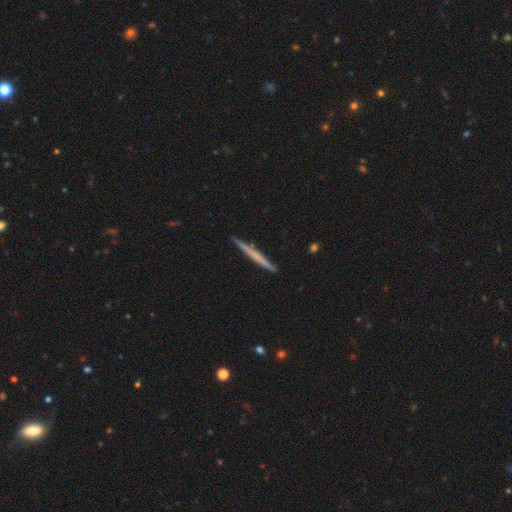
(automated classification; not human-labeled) Q: Smooth or featured?
A: featured or disk (51%); runner-up: smooth (44%)
Q: Edge-on disk?
A: yes (98%); runner-up: no (2%)
Q: Merging?
A: none (91%); runner-up: minor disturbance (7%)